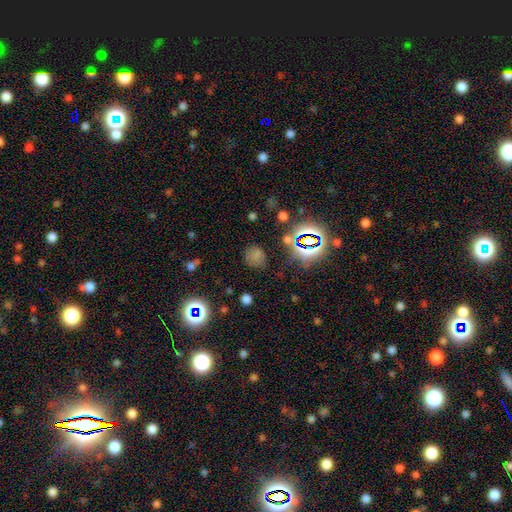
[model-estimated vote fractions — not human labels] Smooth or featured? Predicted: smooth (p=0.60). How rounded? Predicted: round (p=0.72). Merging? Predicted: none (p=0.69).